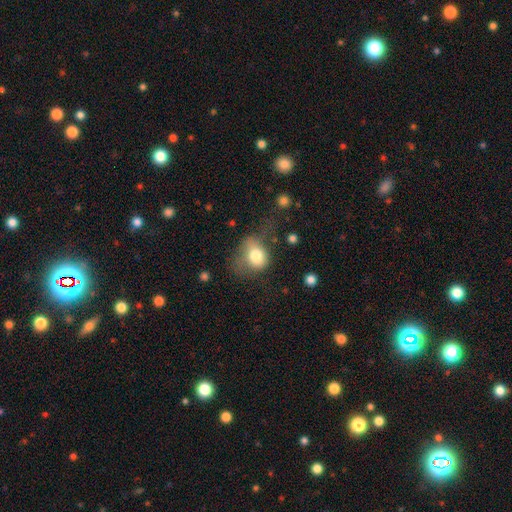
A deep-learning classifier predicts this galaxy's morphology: A smooth galaxy with no disk features (75%) that is round (52%). Merging: major disturbance (37%).